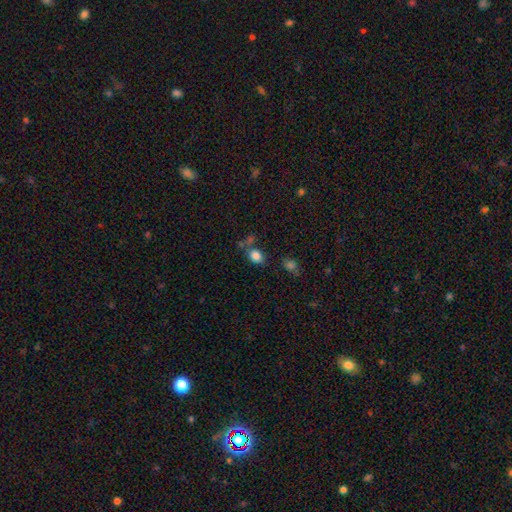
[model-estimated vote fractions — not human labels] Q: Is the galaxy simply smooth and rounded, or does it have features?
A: smooth — 82%.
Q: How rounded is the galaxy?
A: in between — 58%.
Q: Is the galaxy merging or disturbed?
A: none — 63%.